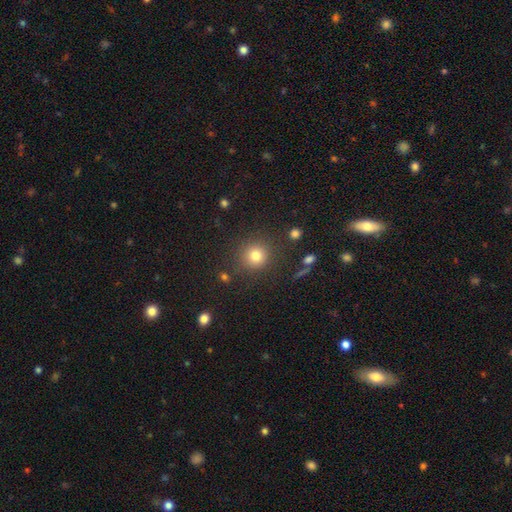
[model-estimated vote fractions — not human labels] This appears to be a smooth galaxy with no disk features (79%) that is round (91%). Merging: none (85%).